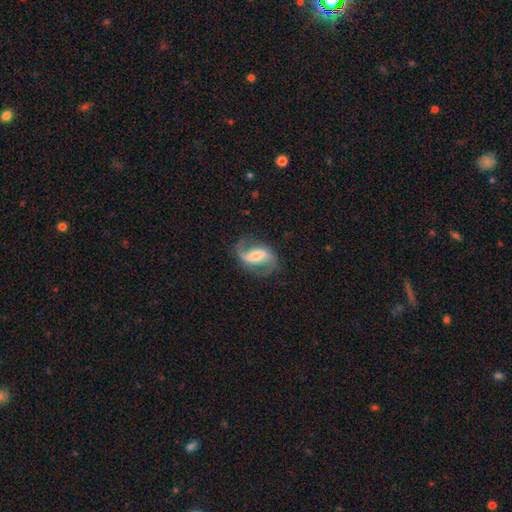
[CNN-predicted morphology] This is clearly a featured or disk galaxy (85%). It is clearly not viewed edge-on (97%). Bar: possibly strong (45%). Spiral arm pattern: clearly yes (95%). Spiral arm count: clearly 2 (91%). Spiral winding: possibly loose (56%). Central bulge: marginally small (43%). Merging: likely none (76%).